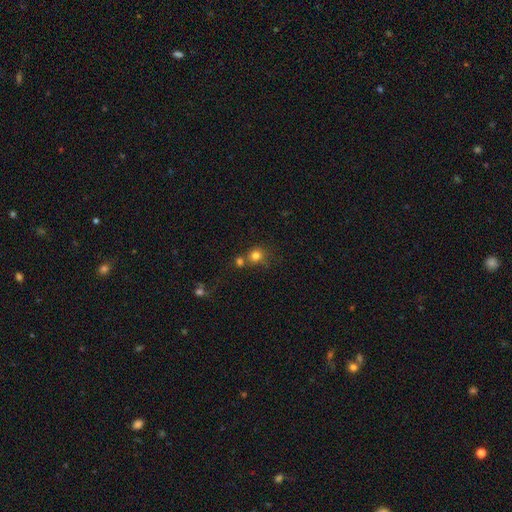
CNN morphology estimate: Smooth or featured?
  - smooth: 79% *
  - star or artifact: 13%
  - featured or disk: 8%
How rounded?
  - round: 86% *
  - in between: 13%
  - cigar-shaped: 1%
Merging?
  - none: 56% *
  - merger: 30%
  - minor disturbance: 9%
  - major disturbance: 4%